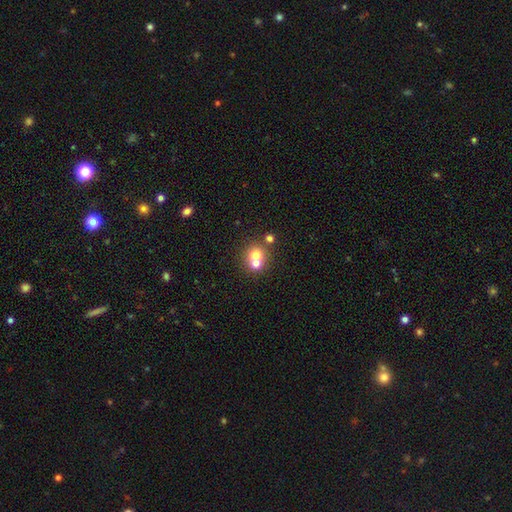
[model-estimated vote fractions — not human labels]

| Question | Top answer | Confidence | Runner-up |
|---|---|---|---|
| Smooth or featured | smooth | 67% | featured or disk (18%) |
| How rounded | round | 87% | in between (12%) |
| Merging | merger | 48% | none (44%) |